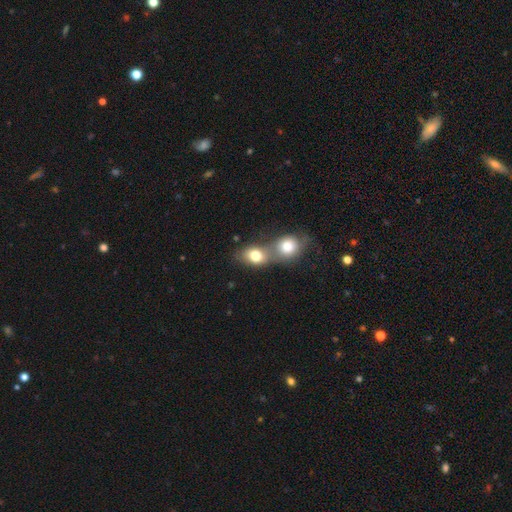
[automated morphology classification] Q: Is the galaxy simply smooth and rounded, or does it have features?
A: smooth — 78%.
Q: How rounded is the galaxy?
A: in between — 59%.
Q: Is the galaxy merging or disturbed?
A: merger — 67%.